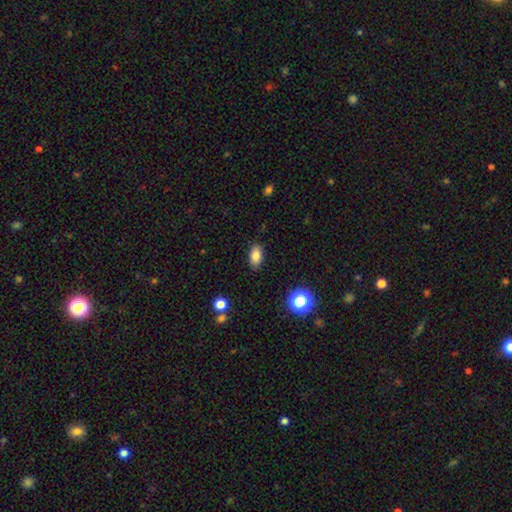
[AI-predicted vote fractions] Morphology: type=smooth (84%); roundness=in between (89%); merging=none (86%).